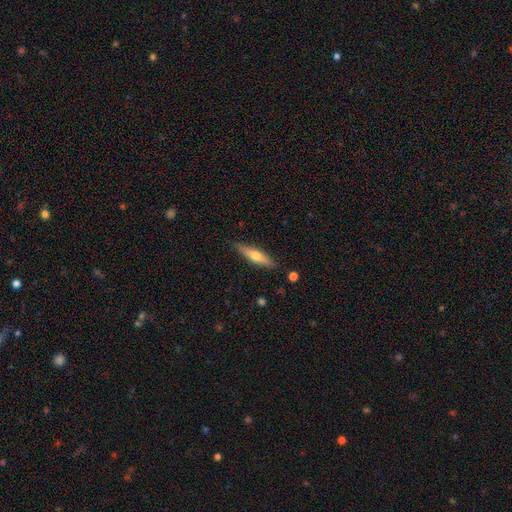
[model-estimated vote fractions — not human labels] smooth-or-featured: smooth: 50% | featured or disk: 44% | star or artifact: 6%
  how-rounded: cigar-shaped: 75% | in between: 23% | round: 2%
  merging: none: 87% | minor disturbance: 10% | major disturbance: 2% | merger: 1%